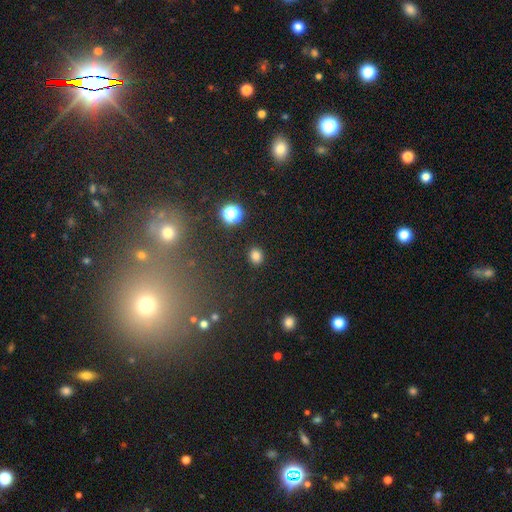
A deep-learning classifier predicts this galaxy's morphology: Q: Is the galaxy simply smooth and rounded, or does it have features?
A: smooth — 81%.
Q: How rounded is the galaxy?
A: round — 64%.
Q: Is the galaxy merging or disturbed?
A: none — 89%.